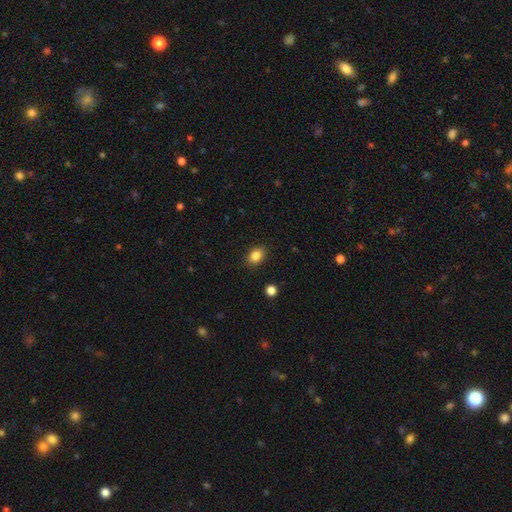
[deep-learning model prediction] smooth-or-featured: smooth: 85% | star or artifact: 10% | featured or disk: 6%
  how-rounded: in between: 73% | round: 26% | cigar-shaped: 1%
  merging: none: 88% | minor disturbance: 9% | major disturbance: 2% | merger: 1%